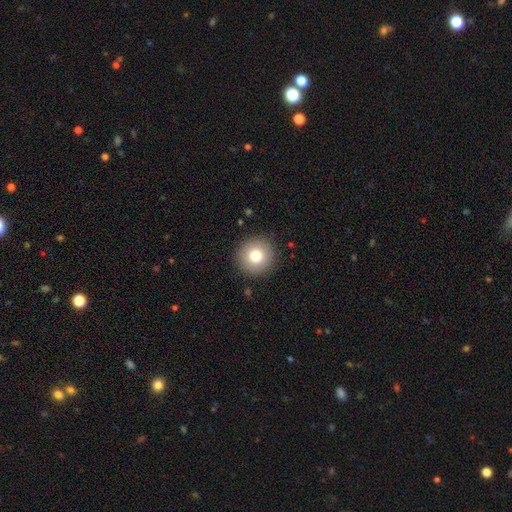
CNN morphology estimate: type=smooth (76%); roundness=round (96%); merging=none (92%).